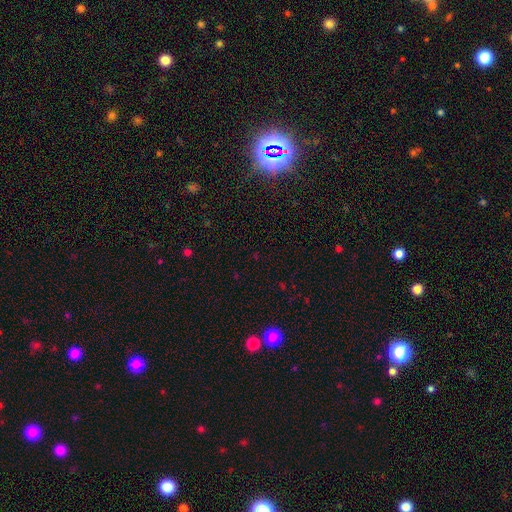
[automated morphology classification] smooth_or_featured: star or artifact (p=0.67) [alt: smooth p=0.25]